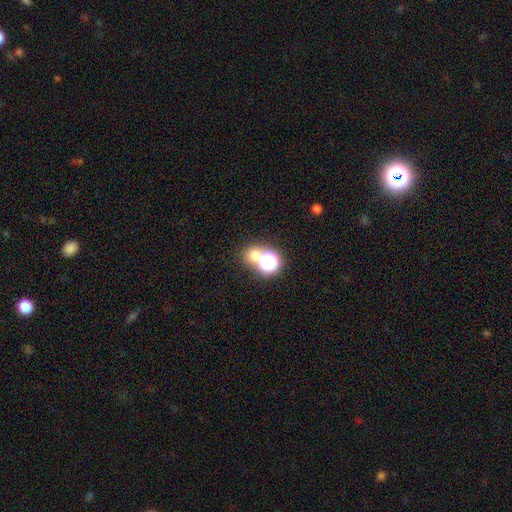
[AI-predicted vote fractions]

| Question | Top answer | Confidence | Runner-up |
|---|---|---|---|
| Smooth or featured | smooth | 61% | star or artifact (31%) |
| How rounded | round | 82% | in between (17%) |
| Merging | none | 58% | merger (31%) |